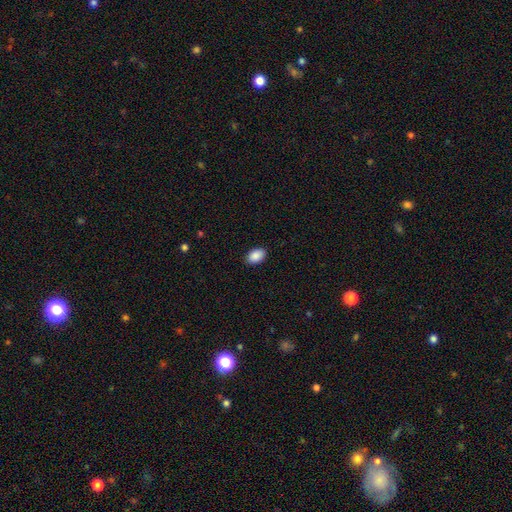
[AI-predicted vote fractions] A smooth galaxy with no disk features (90%) that is in between round and cigar-shaped (89%). Merging: none (89%).